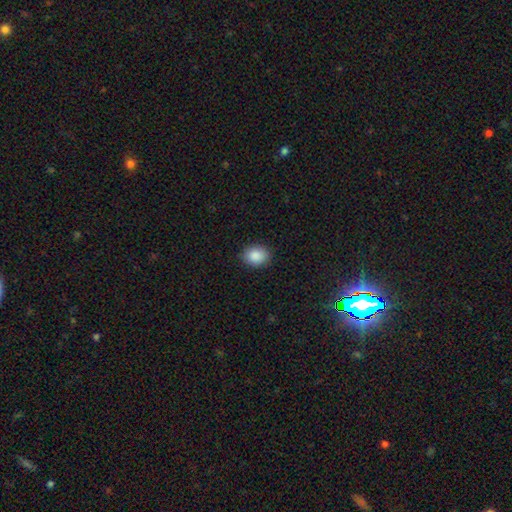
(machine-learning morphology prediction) A smooth galaxy with no disk features (89%) that is in between round and cigar-shaped (51%). Merging: none (88%).